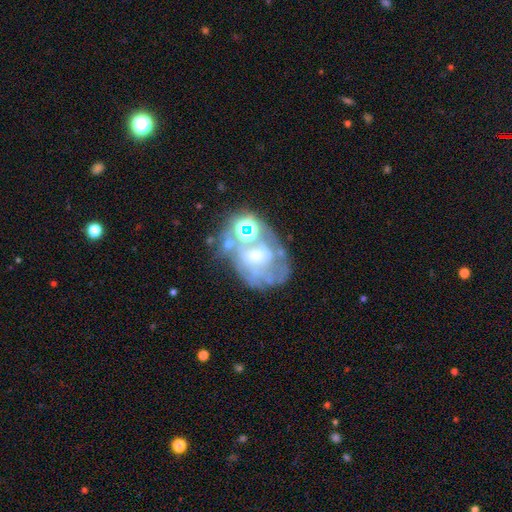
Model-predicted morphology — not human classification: This is likely a featured or disk galaxy (61%). It is clearly not viewed edge-on (97%). Bar: likely no (65%). Spiral arm pattern: possibly no (58%). Central bulge: marginally moderate (41%). Merging: marginally none (38%).